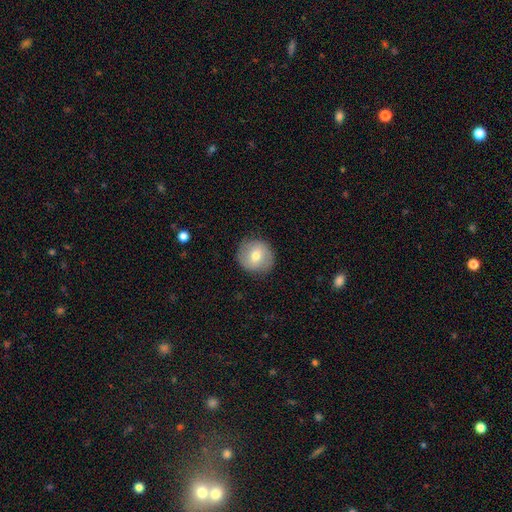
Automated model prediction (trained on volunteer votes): smooth-or-featured: smooth: 60% | featured or disk: 32% | star or artifact: 8%
  how-rounded: round: 92% | in between: 7% | cigar-shaped: 1%
  merging: none: 86% | minor disturbance: 10% | major disturbance: 3% | merger: 1%